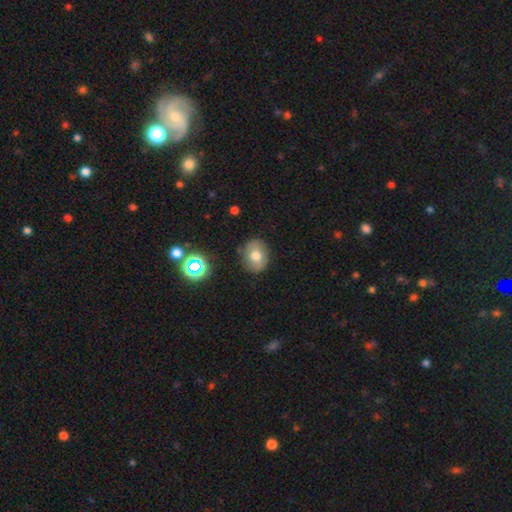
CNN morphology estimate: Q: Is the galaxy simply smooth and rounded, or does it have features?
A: smooth — 68%.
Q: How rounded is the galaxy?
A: round — 56%.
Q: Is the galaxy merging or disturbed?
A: none — 83%.